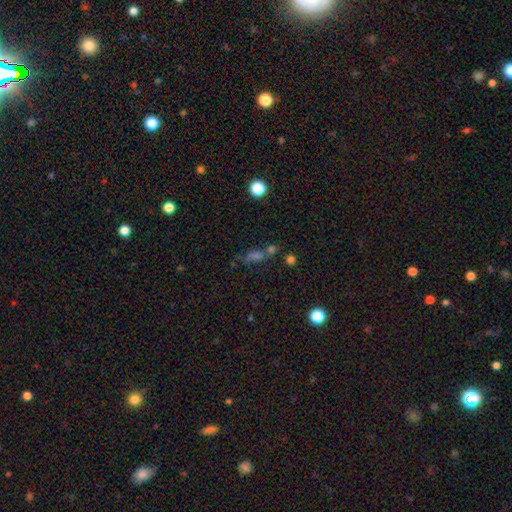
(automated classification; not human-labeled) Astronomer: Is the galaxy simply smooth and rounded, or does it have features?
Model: smooth — 46% (runner-up: star or artifact, 33%).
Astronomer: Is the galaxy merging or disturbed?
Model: none — 48%.